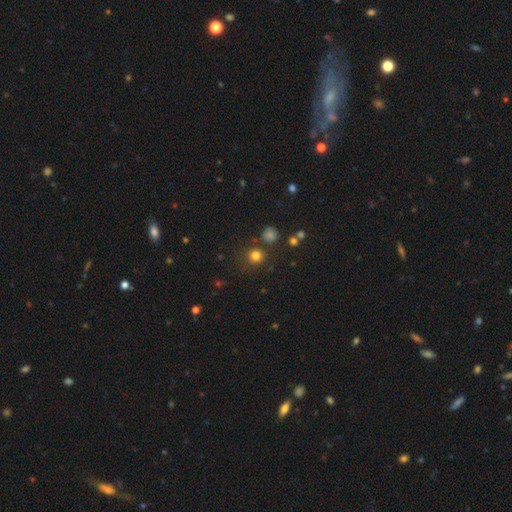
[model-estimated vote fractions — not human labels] Smooth or featured?
  - smooth: 78% *
  - star or artifact: 17%
  - featured or disk: 5%
How rounded?
  - round: 92% *
  - in between: 7%
  - cigar-shaped: 1%
Merging?
  - none: 82% *
  - minor disturbance: 9%
  - merger: 6%
  - major disturbance: 4%